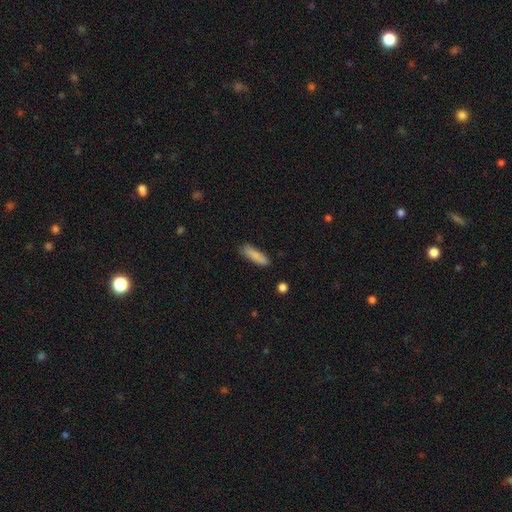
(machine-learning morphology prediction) smooth-or-featured: smooth: 87% | featured or disk: 7% | star or artifact: 7%
  how-rounded: cigar-shaped: 63% | in between: 35% | round: 2%
  merging: none: 83% | minor disturbance: 13% | major disturbance: 3% | merger: 2%